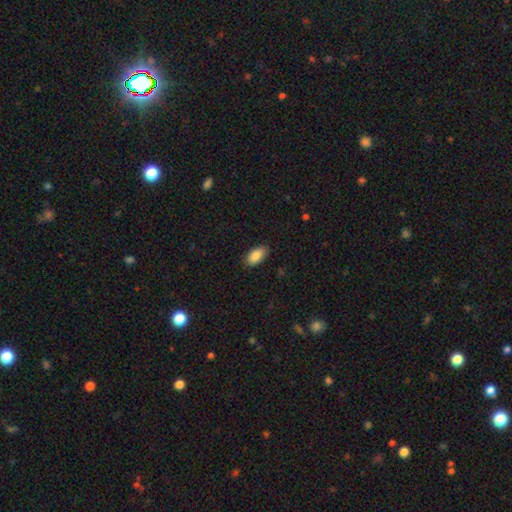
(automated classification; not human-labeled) Q: Smooth or featured?
A: smooth (88%); runner-up: star or artifact (7%)
Q: How rounded?
A: in between (94%); runner-up: cigar-shaped (3%)
Q: Merging?
A: none (87%); runner-up: minor disturbance (10%)